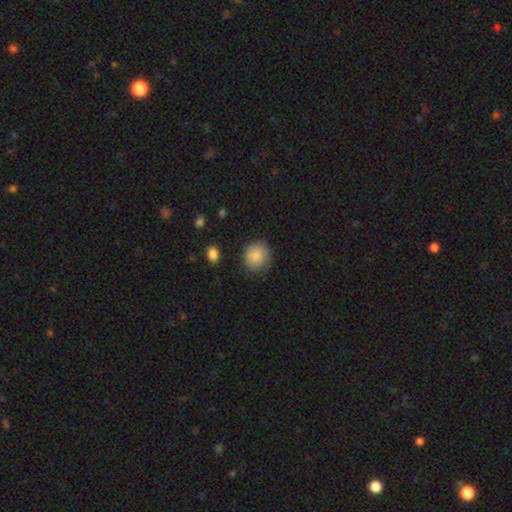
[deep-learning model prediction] Q: Smooth or featured?
A: smooth (87%); runner-up: star or artifact (8%)
Q: How rounded?
A: round (85%); runner-up: in between (14%)
Q: Merging?
A: none (87%); runner-up: minor disturbance (9%)